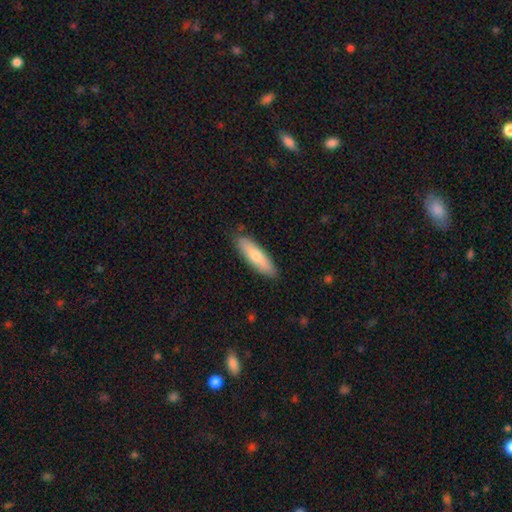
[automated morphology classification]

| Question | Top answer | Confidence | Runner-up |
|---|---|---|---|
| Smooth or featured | smooth | 69% | featured or disk (25%) |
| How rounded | cigar-shaped | 62% | in between (36%) |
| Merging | none | 86% | minor disturbance (11%) |